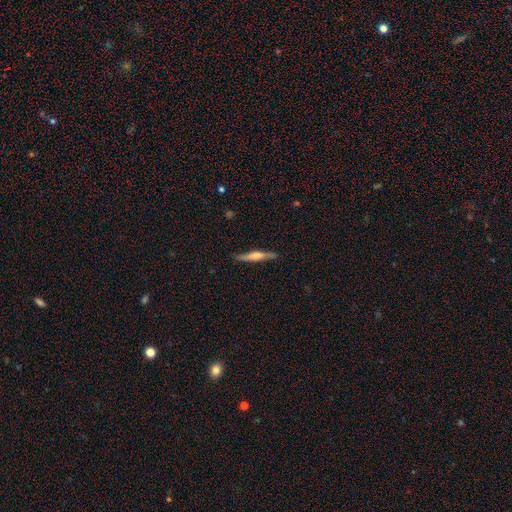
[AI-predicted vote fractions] smooth-or-featured: featured or disk: 60% | smooth: 34% | star or artifact: 6%
  disk-edge-on: yes: 96% | no: 4%
    edge-on-bulge: rounded: 71% | boxy: 19% | none: 10%
  merging: none: 86% | minor disturbance: 10% | major disturbance: 2% | merger: 1%